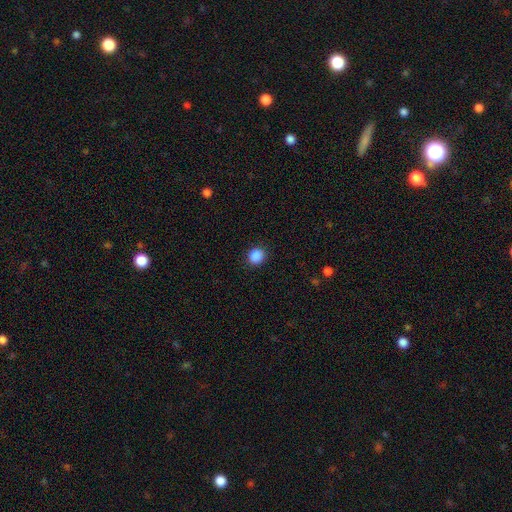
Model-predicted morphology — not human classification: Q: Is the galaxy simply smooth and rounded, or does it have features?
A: smooth — 88%.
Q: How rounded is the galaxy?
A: round — 84%.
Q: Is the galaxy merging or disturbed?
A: none — 91%.